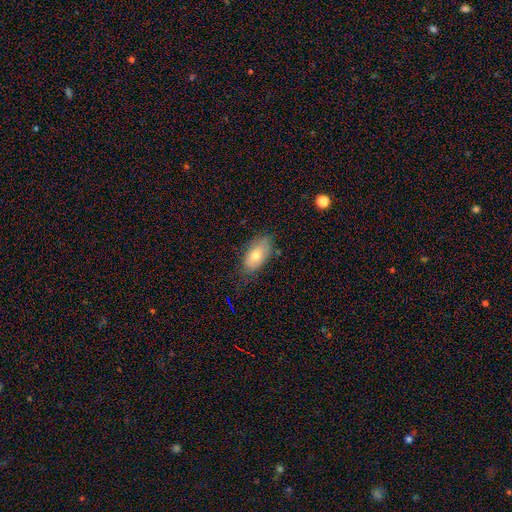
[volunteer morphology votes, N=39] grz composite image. It shows a smooth galaxy with no disk features (62%) that is in between round and cigar-shaped (83%). Merging: none (59%).